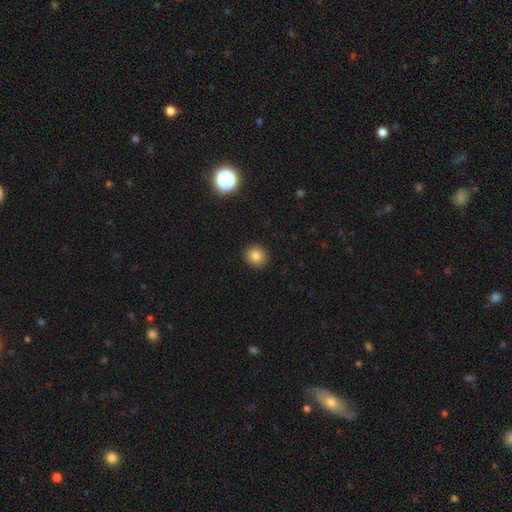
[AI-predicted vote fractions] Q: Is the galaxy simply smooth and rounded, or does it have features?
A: smooth — 81%.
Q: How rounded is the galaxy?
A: round — 86%.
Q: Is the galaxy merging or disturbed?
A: none — 92%.